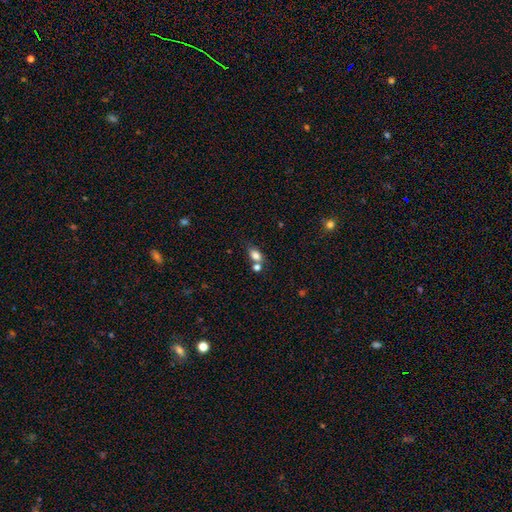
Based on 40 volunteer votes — smooth_or_featured: smooth (p=0.78) [alt: star or artifact p=0.12]
how_rounded: in between (p=1.00)
merging: none (p=0.60) [alt: merger p=0.26]